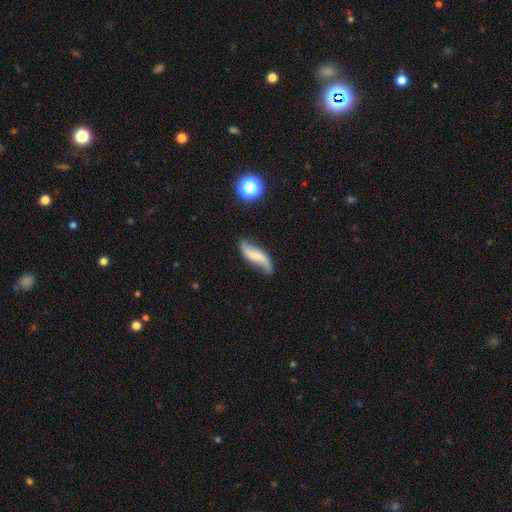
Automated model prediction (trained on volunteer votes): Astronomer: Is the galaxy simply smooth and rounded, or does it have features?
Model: featured or disk — 56% (runner-up: smooth, 35%).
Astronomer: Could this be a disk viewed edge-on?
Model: no — 84%.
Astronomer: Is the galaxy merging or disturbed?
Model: none — 60%.